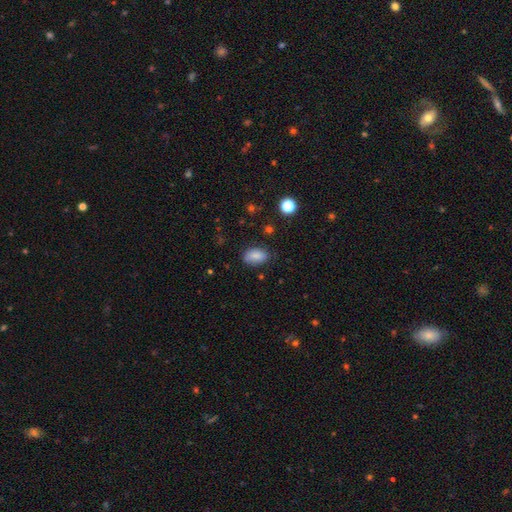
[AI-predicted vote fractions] Smooth or featured? smooth (83%)
How rounded? in between (89%)
Merging? none (75%)